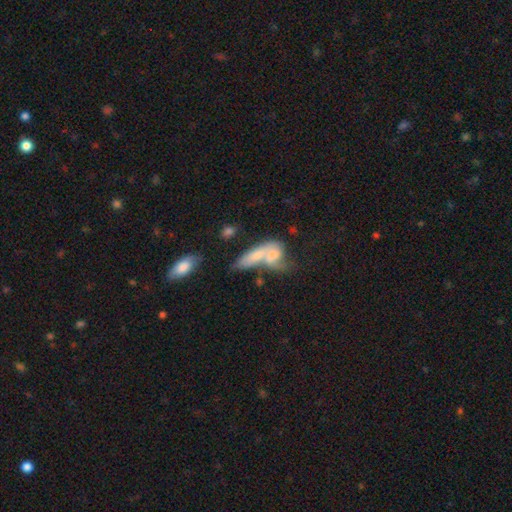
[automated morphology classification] Q: Smooth or featured?
A: smooth (58%); runner-up: featured or disk (34%)
Q: How rounded?
A: in between (62%); runner-up: cigar-shaped (29%)
Q: Merging?
A: merger (62%); runner-up: none (22%)